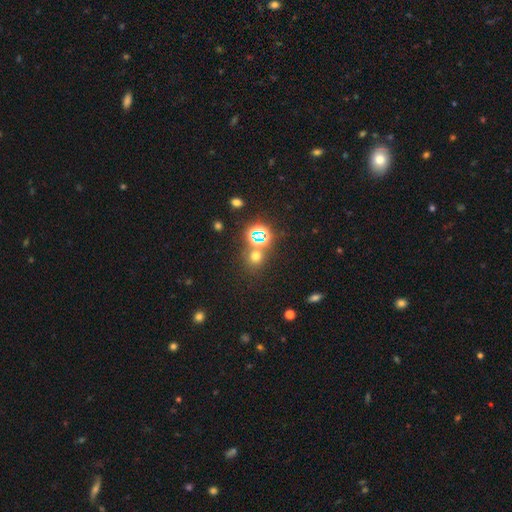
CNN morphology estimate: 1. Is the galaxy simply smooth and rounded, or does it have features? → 54% smooth, 39% star or artifact, 7% featured or disk.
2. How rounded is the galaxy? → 84% round, 15% in between, 1% cigar-shaped.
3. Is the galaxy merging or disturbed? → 73% none, 15% merger, 8% minor disturbance, 4% major disturbance.